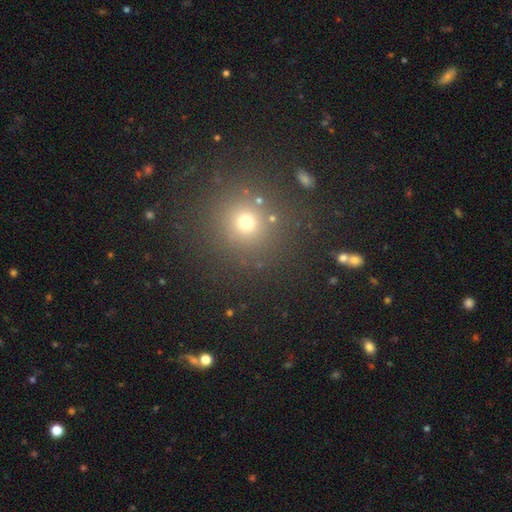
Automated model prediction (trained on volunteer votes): smooth_or_featured: smooth (p=0.53) [alt: star or artifact p=0.39]
how_rounded: round (p=0.93) [alt: in between p=0.06]
merging: none (p=0.86) [alt: minor disturbance p=0.07]